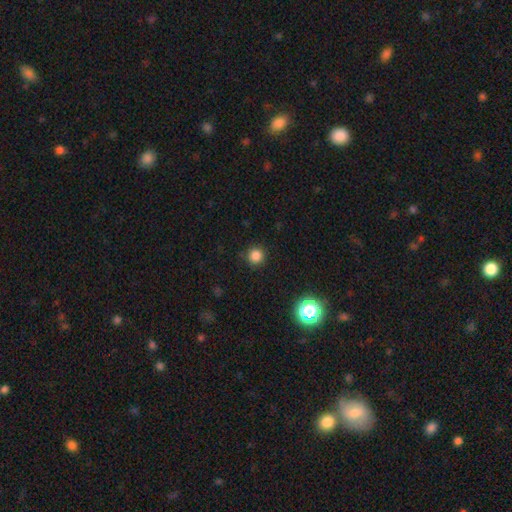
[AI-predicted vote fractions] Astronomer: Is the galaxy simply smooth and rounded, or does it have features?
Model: smooth — 82%.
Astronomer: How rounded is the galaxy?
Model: round — 94%.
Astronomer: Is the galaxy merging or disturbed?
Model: none — 90%.